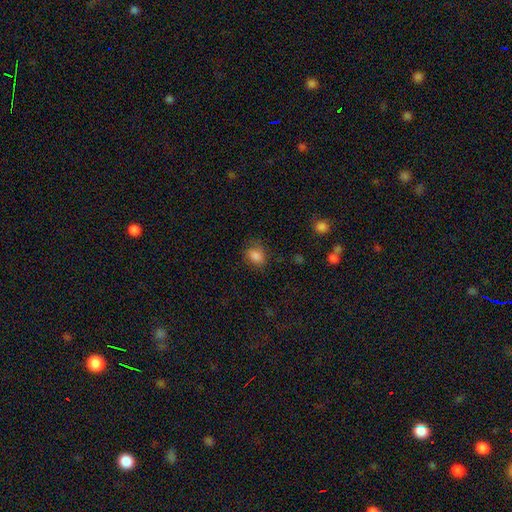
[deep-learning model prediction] Morphology: type=smooth (83%); roundness=in between (54%); merging=none (73%).